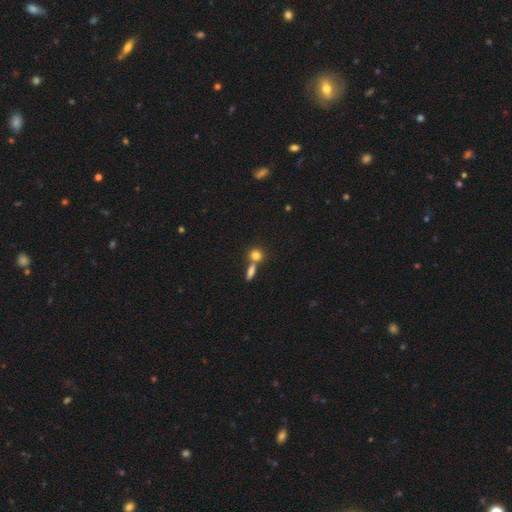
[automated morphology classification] Smooth or featured: smooth — 80% (star or artifact — 12%)
How rounded: round — 72% (in between — 22%)
Merging: none — 53% (merger — 36%)